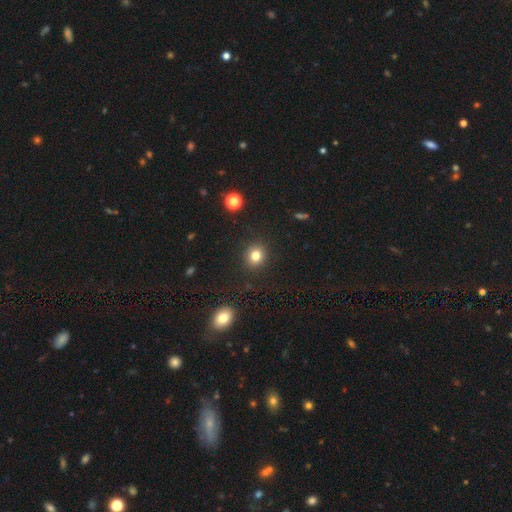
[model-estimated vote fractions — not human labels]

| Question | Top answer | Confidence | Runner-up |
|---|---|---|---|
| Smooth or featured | smooth | 81% | star or artifact (12%) |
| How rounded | round | 80% | in between (19%) |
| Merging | none | 89% | minor disturbance (7%) |